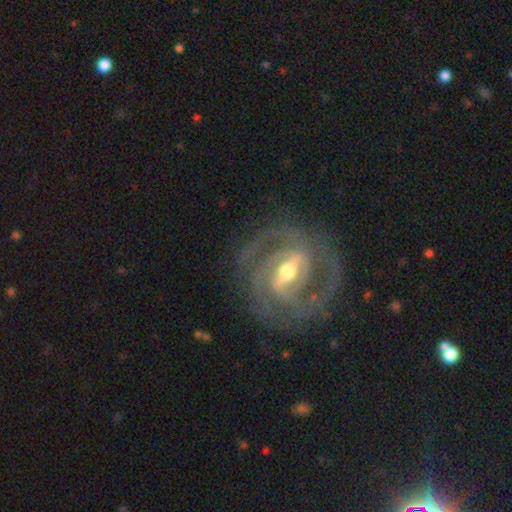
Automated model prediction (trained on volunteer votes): smooth-or-featured: featured or disk: 86% | star or artifact: 8% | smooth: 6%
  disk-edge-on: no: 94% | yes: 6%
    bar: strong: 58% | weak: 31% | no: 11%
    has-spiral-arms: yes: 92% | no: 8%
      spiral-winding: tight: 61% | medium: 32% | loose: 7%
      spiral-arm-count: 2: 57% | can't tell: 16% | 3: 14% | 4: 5% | 1: 4% | more than 4: 4%
    bulge-size: moderate: 55% | small: 39% | large: 4% | none: 1% | dominant: 1%
  merging: none: 80% | minor disturbance: 12% | major disturbance: 7% | merger: 1%